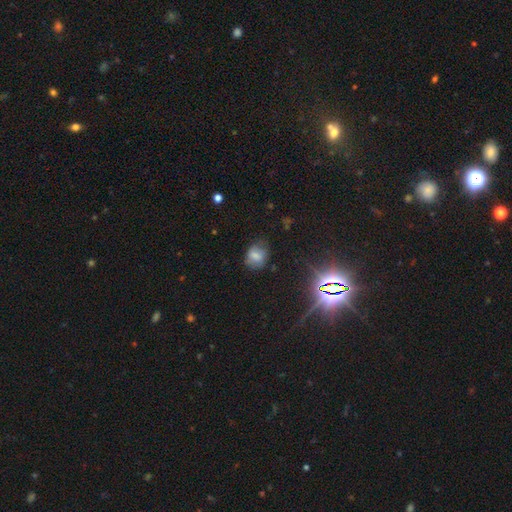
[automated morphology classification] A smooth galaxy with no disk features (66%) that is round (54%). Merging: none (70%).